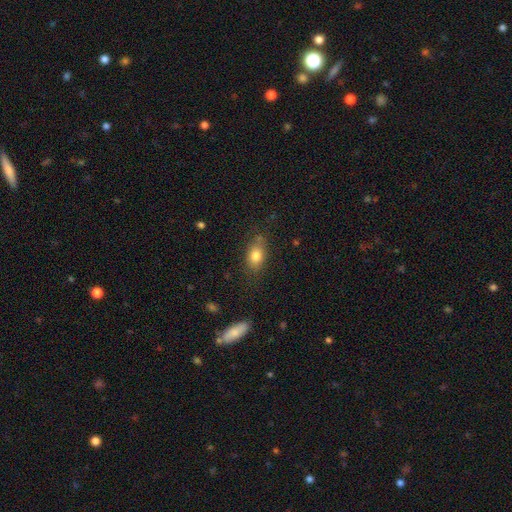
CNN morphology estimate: Smooth or featured?
  - smooth: 80% *
  - featured or disk: 11%
  - star or artifact: 9%
How rounded?
  - in between: 82% *
  - round: 14%
  - cigar-shaped: 4%
Merging?
  - none: 74% *
  - minor disturbance: 18%
  - major disturbance: 5%
  - merger: 3%